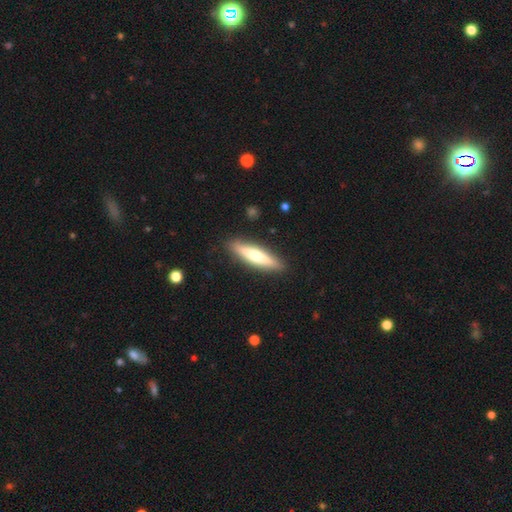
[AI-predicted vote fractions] Overall: smooth (59%; featured or disk 36%). How rounded: cigar-shaped (83%). Merging: none (88%).